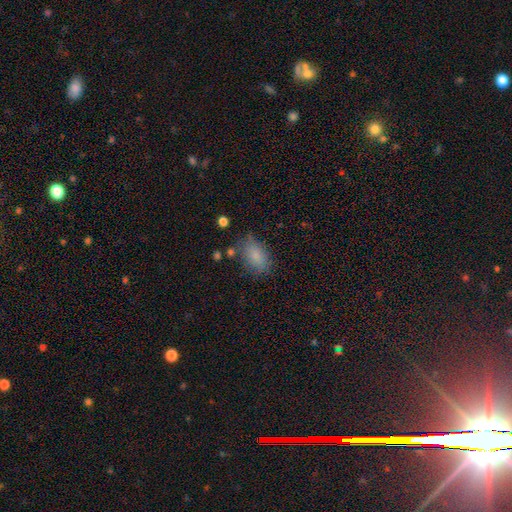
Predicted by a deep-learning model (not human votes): Morphology: type=smooth (82%); roundness=in between (88%); merging=none (70%).